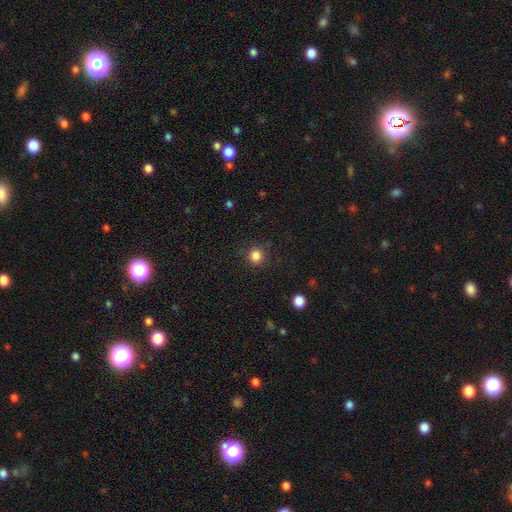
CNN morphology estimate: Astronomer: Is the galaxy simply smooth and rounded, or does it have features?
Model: smooth — 85%.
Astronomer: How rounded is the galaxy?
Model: round — 92%.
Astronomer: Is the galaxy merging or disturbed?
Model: none — 87%.